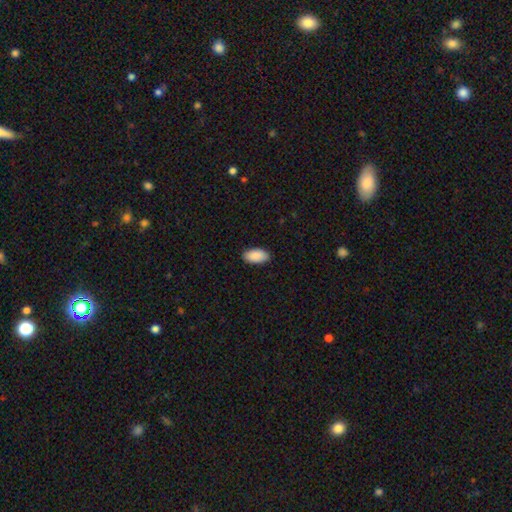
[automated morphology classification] Q: Smooth or featured?
A: smooth (91%); runner-up: star or artifact (6%)
Q: How rounded?
A: in between (95%); runner-up: cigar-shaped (2%)
Q: Merging?
A: none (89%); runner-up: minor disturbance (8%)